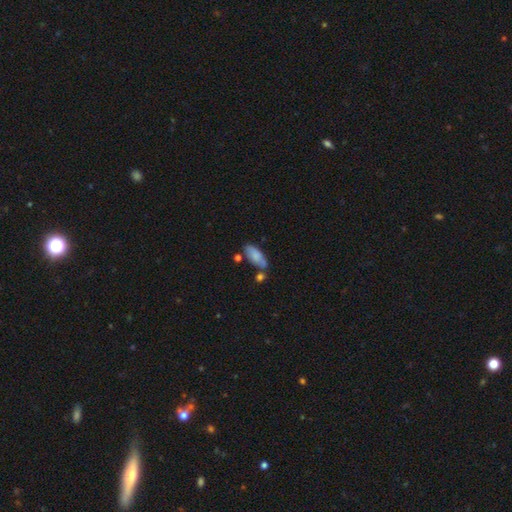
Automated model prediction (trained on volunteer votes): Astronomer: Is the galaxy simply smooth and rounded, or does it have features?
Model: smooth — 79%.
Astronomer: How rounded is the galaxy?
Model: in between — 83%.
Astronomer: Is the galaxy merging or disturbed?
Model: none — 56%.